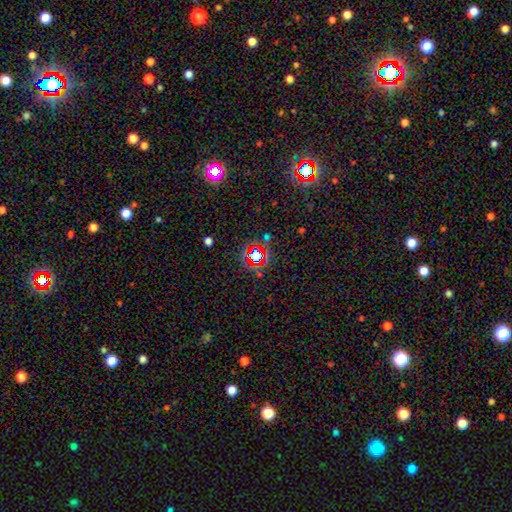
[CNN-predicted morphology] A star or artifact, not a galaxy (68%).

Vote fractions:
- Smooth or featured? star or artifact: 68% / smooth: 21% / featured or disk: 11%